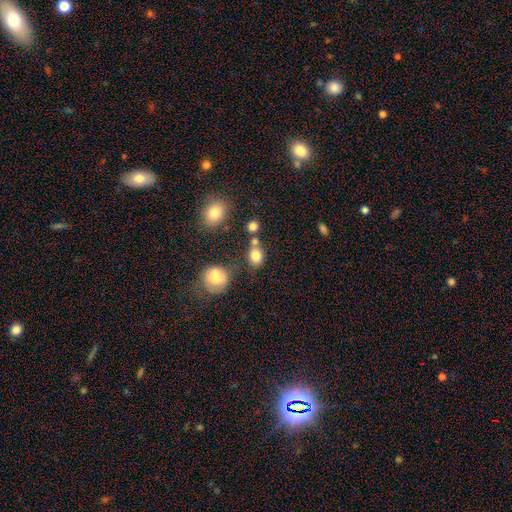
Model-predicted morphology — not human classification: A smooth galaxy with no disk features (80%) that is round (60%).

Vote fractions:
- Smooth or featured? smooth: 80% / star or artifact: 12% / featured or disk: 8%
- How rounded? round: 60% / in between: 39% / cigar-shaped: 1%
- Merging? none: 57% / merger: 23% / minor disturbance: 14% / major disturbance: 5%